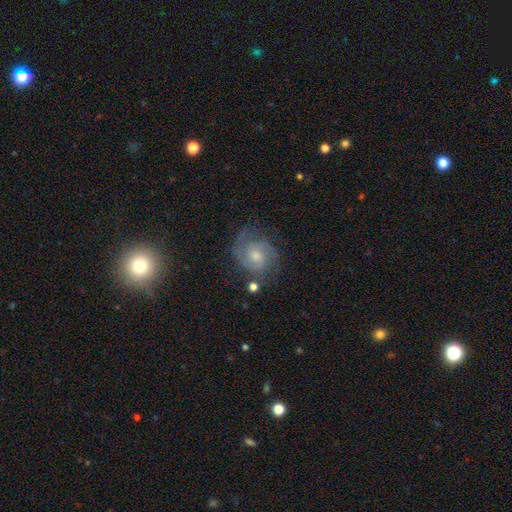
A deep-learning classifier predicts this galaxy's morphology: Smooth or featured?
  - featured or disk: 80% *
  - smooth: 11%
  - star or artifact: 9%
Edge-on disk?
  - no: 98% *
  - yes: 2%
Bar?
  - no: 62% *
  - weak: 33%
  - strong: 5%
Spiral arms?
  - yes: 96% *
  - no: 4%
Spiral winding?
  - tight: 50% *
  - medium: 41%
  - loose: 9%
Spiral arm count?
  - 2: 59% *
  - 3: 15%
  - can't tell: 15%
  - 1: 4%
  - 4: 3%
  - more than 4: 3%
Bulge size?
  - moderate: 50% *
  - small: 42%
  - none: 3%
  - large: 3%
  - dominant: 1%
Merging?
  - none: 74% *
  - minor disturbance: 16%
  - major disturbance: 7%
  - merger: 3%